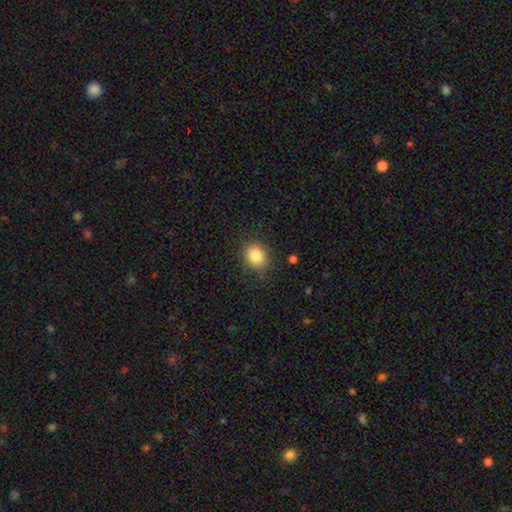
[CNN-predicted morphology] Smooth or featured? smooth (83%)
How rounded? round (69%)
Merging? none (79%)